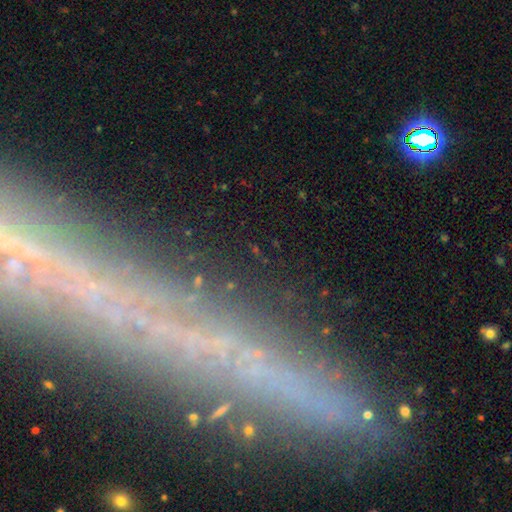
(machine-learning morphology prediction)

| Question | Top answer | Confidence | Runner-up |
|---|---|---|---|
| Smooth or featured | star or artifact | 44% | featured or disk (35%) |